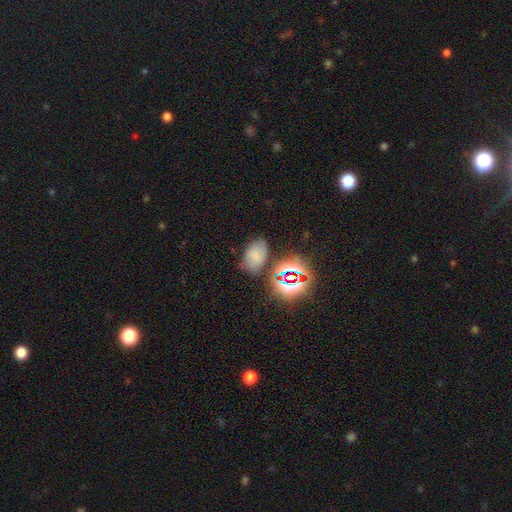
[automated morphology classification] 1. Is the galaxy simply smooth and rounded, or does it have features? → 63% smooth, 25% star or artifact, 12% featured or disk.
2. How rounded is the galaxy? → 85% in between, 14% round, 1% cigar-shaped.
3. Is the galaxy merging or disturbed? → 66% none, 20% minor disturbance, 7% merger, 6% major disturbance.